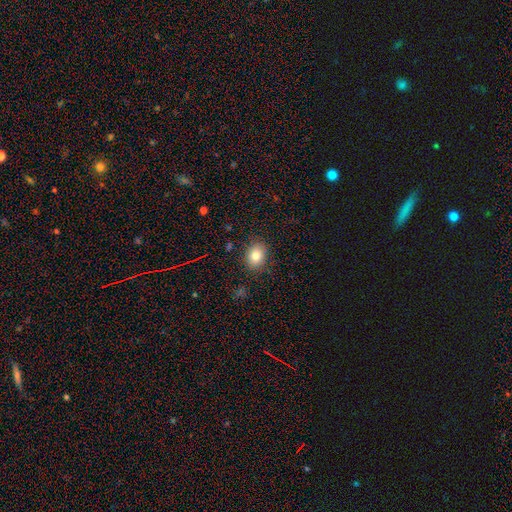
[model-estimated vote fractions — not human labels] Smooth or featured?
  - smooth: 81% *
  - star or artifact: 10%
  - featured or disk: 9%
How rounded?
  - in between: 54% *
  - round: 45%
  - cigar-shaped: 1%
Merging?
  - none: 87% *
  - minor disturbance: 10%
  - major disturbance: 3%
  - merger: 1%